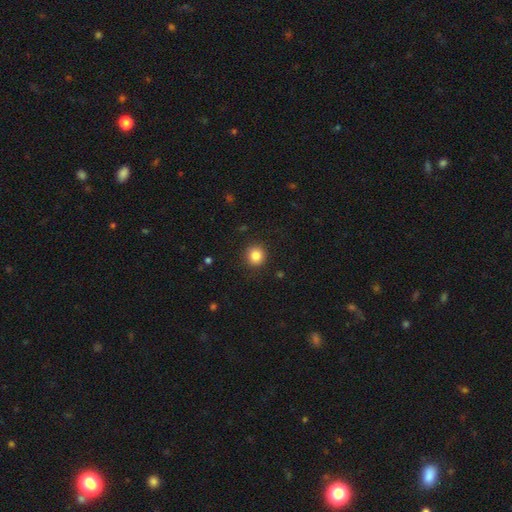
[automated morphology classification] Smooth or featured? smooth (85%)
How rounded? round (91%)
Merging? none (90%)